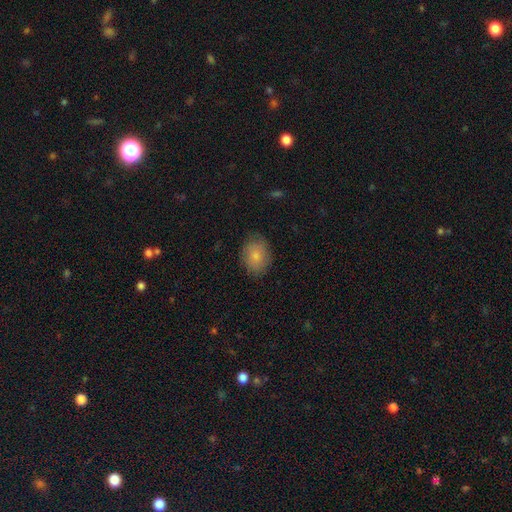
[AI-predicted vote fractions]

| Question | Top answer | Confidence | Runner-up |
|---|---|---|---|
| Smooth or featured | smooth | 80% | featured or disk (12%) |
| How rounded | in between | 60% | round (39%) |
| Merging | none | 81% | minor disturbance (15%) |